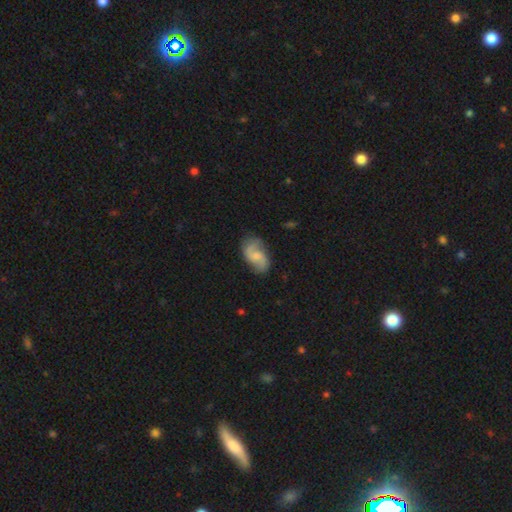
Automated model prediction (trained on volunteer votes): Overall: featured or disk (70%). Edge-on disk: no (97%). Bar: no (51%; weak 42%). Spiral arms: yes (93%). Spiral arm count: 2 (88%). Spiral winding: loose (51%; medium 37%). Bulge size: small (48%; moderate 32%). Merging: none (71%).